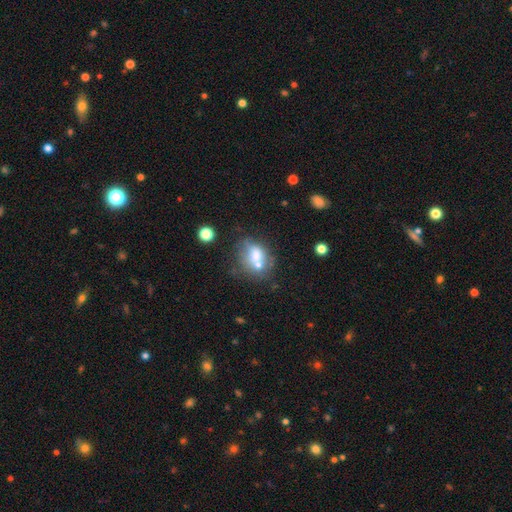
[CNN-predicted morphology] This is possibly a smooth galaxy (60%). How rounded: possibly in between (57%). Merging: marginally merger (36%).